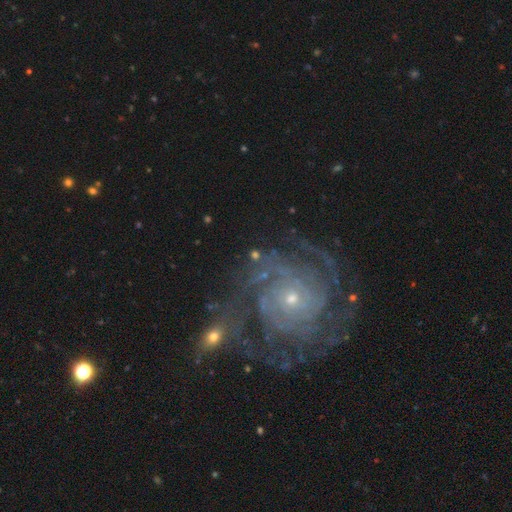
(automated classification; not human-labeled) Smooth or featured? featured or disk (83%)
Edge-on disk? no (97%)
Bar? no (73%)
Spiral arms? yes (96%)
Spiral winding? tight (75%)
Spiral arm count? can't tell (22%)
Bulge size? small (69%)
Merging? none (69%)